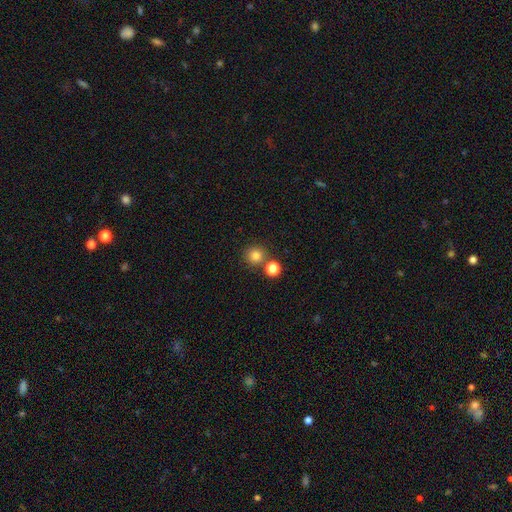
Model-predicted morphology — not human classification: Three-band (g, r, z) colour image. It shows a smooth galaxy with no disk features (80%) that is round (93%). Merging: none (75%).